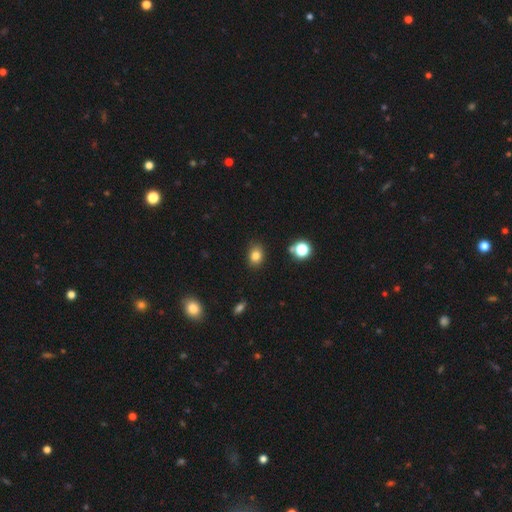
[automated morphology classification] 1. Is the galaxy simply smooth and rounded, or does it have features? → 81% smooth, 12% star or artifact, 7% featured or disk.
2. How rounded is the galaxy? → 59% in between, 40% round, 1% cigar-shaped.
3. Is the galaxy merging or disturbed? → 84% none, 11% minor disturbance, 3% major disturbance, 2% merger.